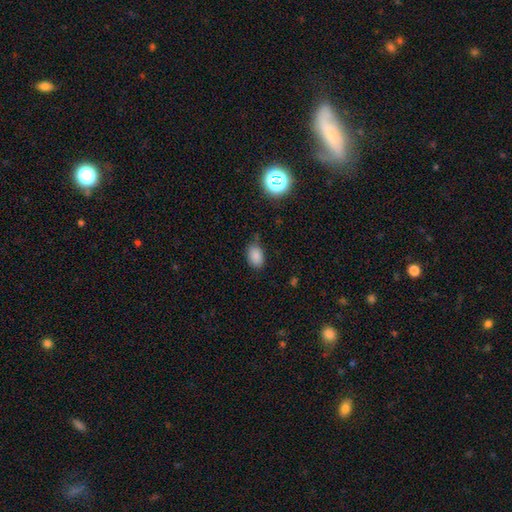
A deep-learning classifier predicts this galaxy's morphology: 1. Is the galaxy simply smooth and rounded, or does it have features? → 85% smooth, 10% star or artifact, 4% featured or disk.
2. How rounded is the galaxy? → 86% in between, 13% round, 1% cigar-shaped.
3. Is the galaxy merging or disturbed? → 75% none, 19% minor disturbance, 4% major disturbance, 2% merger.